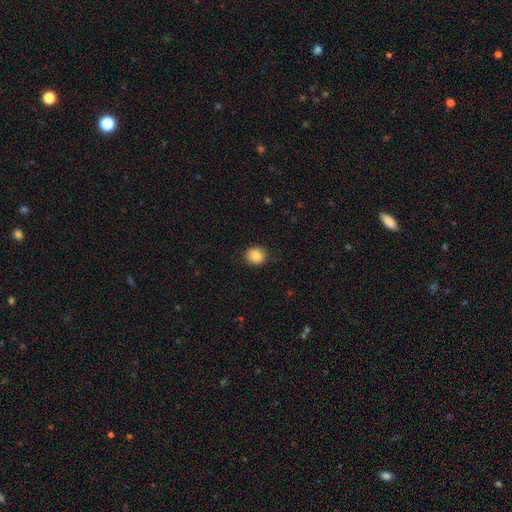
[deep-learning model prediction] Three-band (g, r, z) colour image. It shows a smooth galaxy with no disk features (86%) that is round (82%). Merging: none (90%).